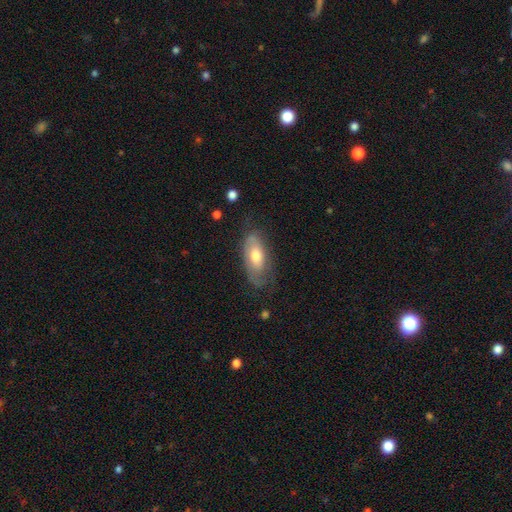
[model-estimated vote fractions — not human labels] This appears to be a smooth galaxy with no disk features (54%) that is in between round and cigar-shaped (85%). Merging: none (61%).